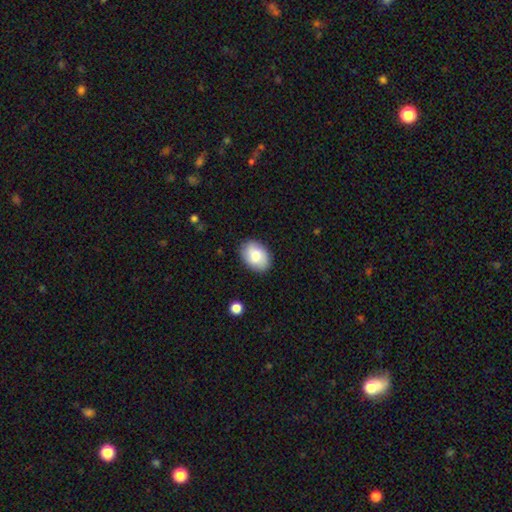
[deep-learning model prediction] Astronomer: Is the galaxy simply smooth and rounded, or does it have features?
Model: smooth — 82%.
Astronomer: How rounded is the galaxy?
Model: in between — 83%.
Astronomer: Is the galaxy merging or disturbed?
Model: none — 86%.